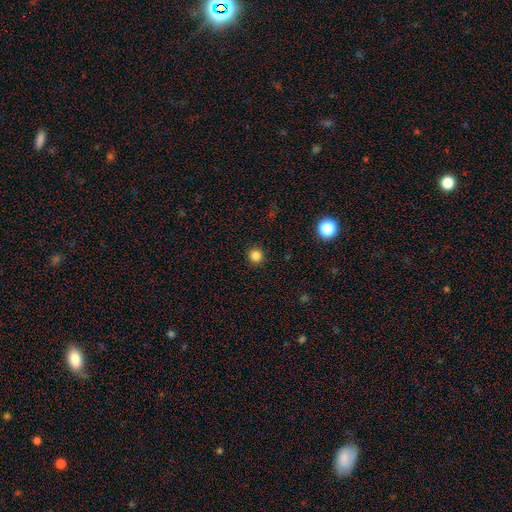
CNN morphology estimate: smooth 83%, star or artifact 13%, featured or disk 4%. Down the decision tree: how rounded — round (94%); merging — none (92%).